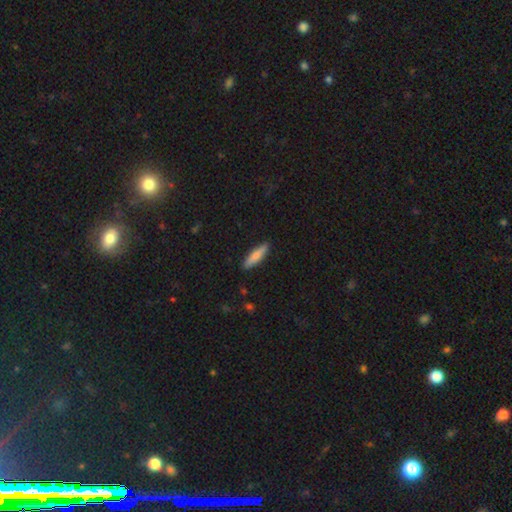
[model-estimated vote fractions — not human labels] smooth 73%, featured or disk 21%, star or artifact 6%. Down the decision tree: how rounded — cigar-shaped (74%); merging — none (89%).